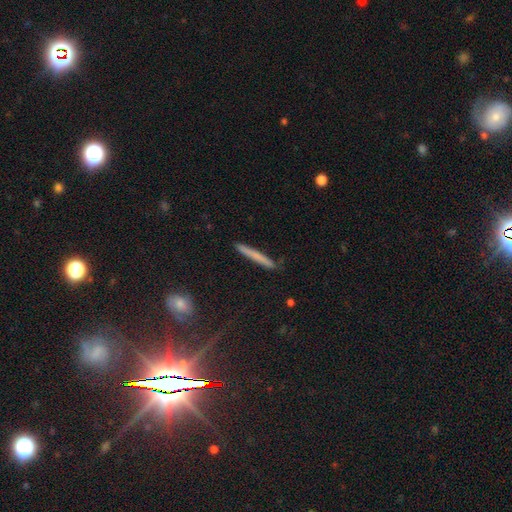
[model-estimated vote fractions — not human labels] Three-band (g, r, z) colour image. It shows a smooth galaxy with no disk features (65%) that is cigar-shaped (97%). Merging: none (89%).